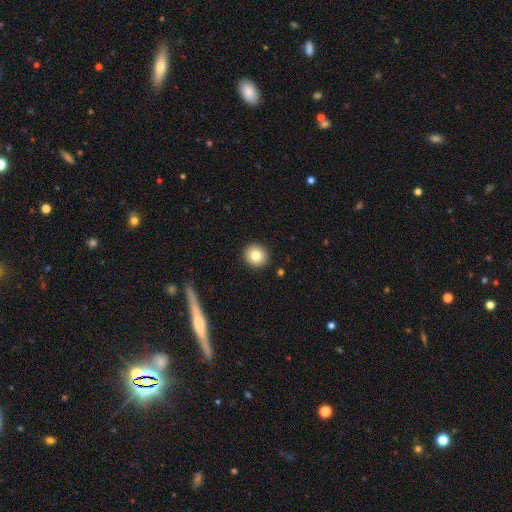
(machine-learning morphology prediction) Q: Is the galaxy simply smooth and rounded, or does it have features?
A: smooth — 80%.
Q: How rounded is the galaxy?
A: round — 89%.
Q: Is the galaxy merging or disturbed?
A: none — 92%.